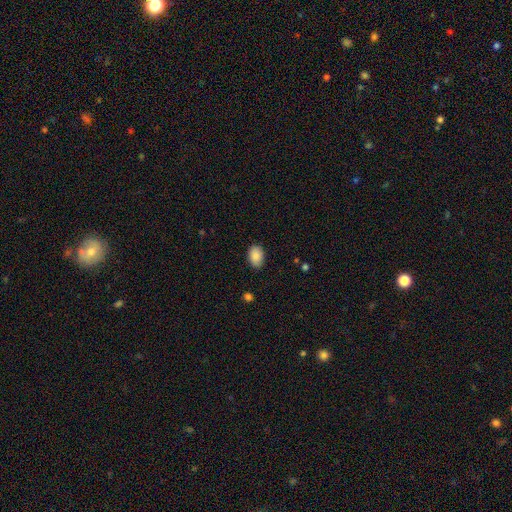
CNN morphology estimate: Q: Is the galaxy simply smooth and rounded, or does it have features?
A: smooth — 87%.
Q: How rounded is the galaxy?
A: in between — 84%.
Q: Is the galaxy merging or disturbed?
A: none — 85%.